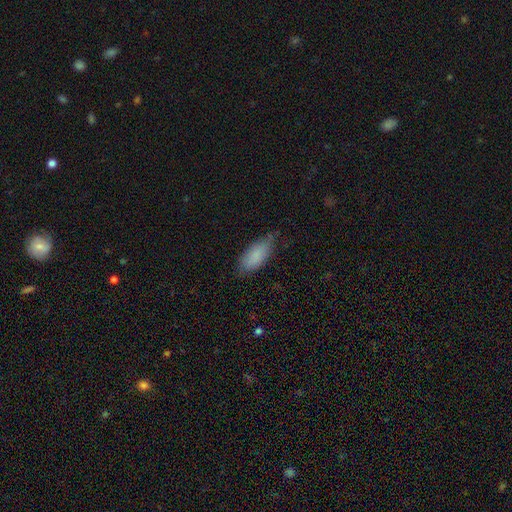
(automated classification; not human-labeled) This appears to be a smooth galaxy with no disk features (85%) that is in between round and cigar-shaped (84%). Merging: none (64%).